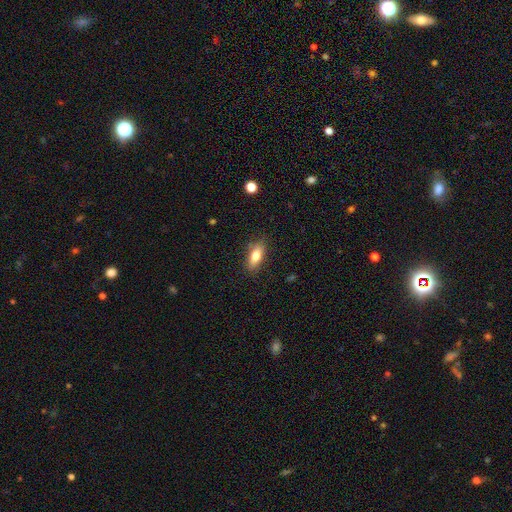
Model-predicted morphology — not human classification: A smooth galaxy with no disk features (76%) that is in between round and cigar-shaped (77%). Merging: none (82%).